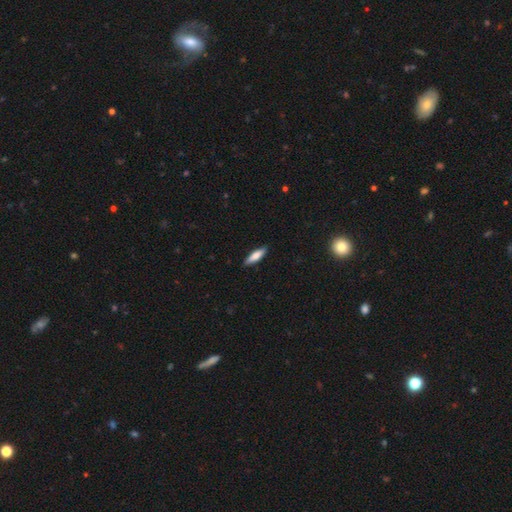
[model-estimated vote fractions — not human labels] The model was most divided on "how rounded": cigar-shaped: 64%, in between: 35%, round: 2%. More confident: merging — none (87%); smooth or featured — smooth (72%).